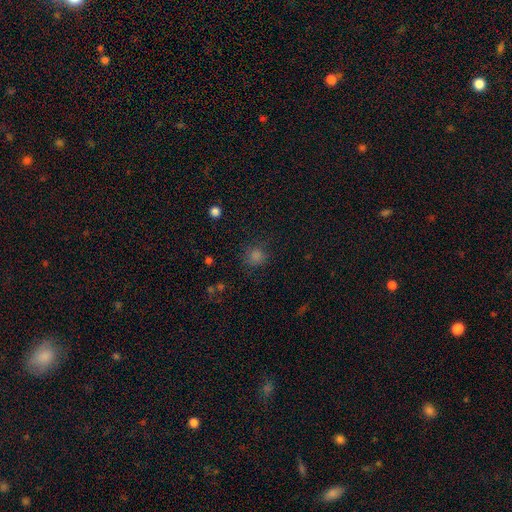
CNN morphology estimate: Smooth or featured? smooth (72%)
How rounded? round (88%)
Merging? none (82%)